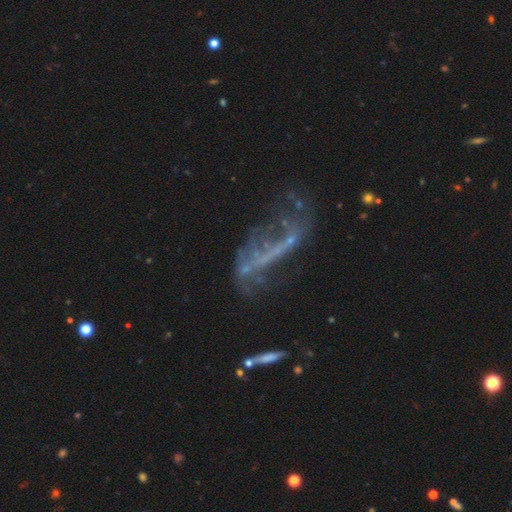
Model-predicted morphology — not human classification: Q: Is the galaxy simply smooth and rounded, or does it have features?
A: featured or disk — 63%.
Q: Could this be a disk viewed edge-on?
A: no — 86%.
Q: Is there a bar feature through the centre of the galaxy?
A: no — 70%.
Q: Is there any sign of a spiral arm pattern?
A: no — 79%.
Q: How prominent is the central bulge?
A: none — 82%.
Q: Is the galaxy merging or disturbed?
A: major disturbance — 45%.